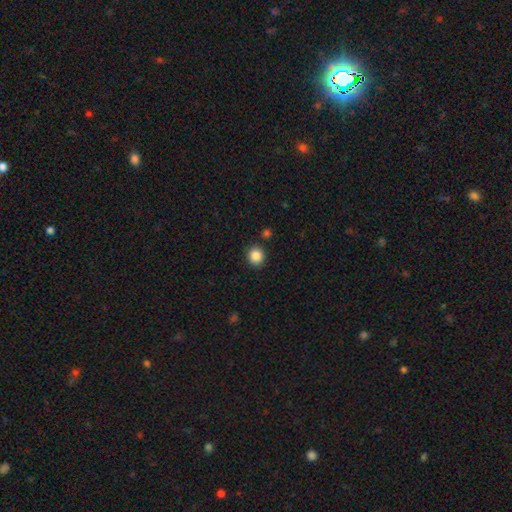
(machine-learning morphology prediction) A smooth galaxy with no disk features (86%) that is round (88%). Merging: none (87%).